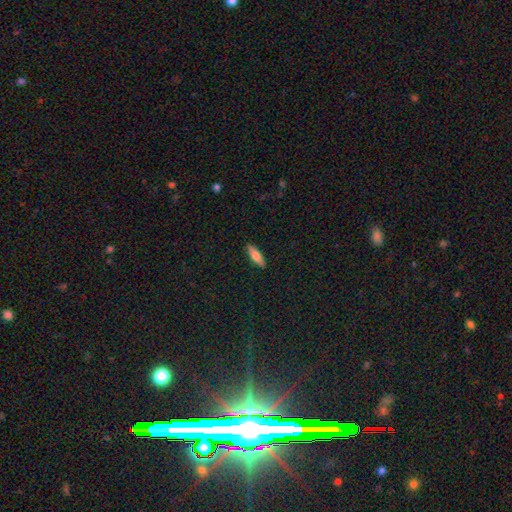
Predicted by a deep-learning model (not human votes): A smooth galaxy with no disk features (67%) that is cigar-shaped (55%).

Vote fractions:
- Smooth or featured? smooth: 67% / featured or disk: 27% / star or artifact: 6%
- How rounded? cigar-shaped: 55% / in between: 43% / round: 2%
- Merging? none: 90% / minor disturbance: 8% / major disturbance: 2% / merger: 1%